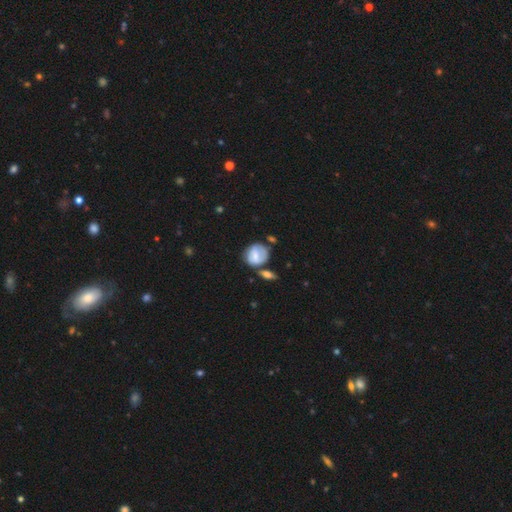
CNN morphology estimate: type=smooth (64%); roundness=round (72%); merging=none (52%).